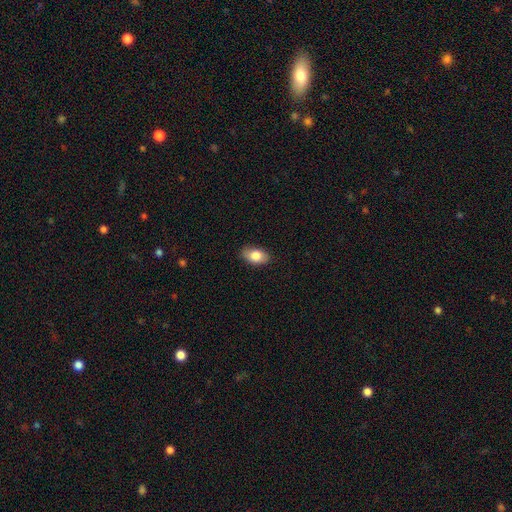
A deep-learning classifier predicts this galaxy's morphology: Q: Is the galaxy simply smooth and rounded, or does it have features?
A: smooth — 83%.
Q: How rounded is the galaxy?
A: in between — 90%.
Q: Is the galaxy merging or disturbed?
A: none — 85%.